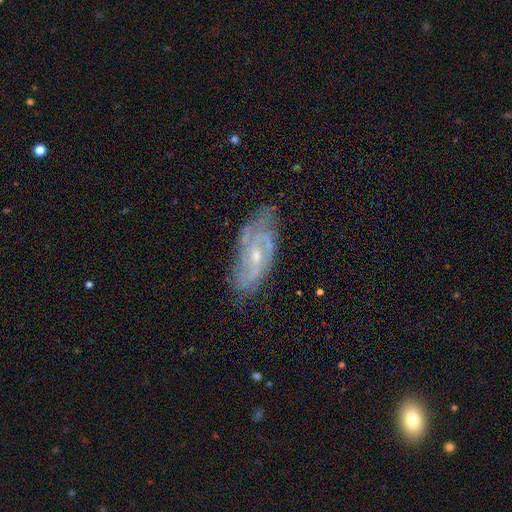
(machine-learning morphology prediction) Smooth or featured: featured or disk — 83% (smooth — 11%)
Edge-on disk: no — 91% (yes — 9%)
Bar: no — 48% (weak — 42%)
Spiral arms: yes — 94% (no — 6%)
Spiral winding: tight — 47% (medium — 41%)
Spiral arm count: 2 — 43% (can't tell — 27%)
Bulge size: small — 61% (moderate — 35%)
Merging: none — 71% (minor disturbance — 21%)